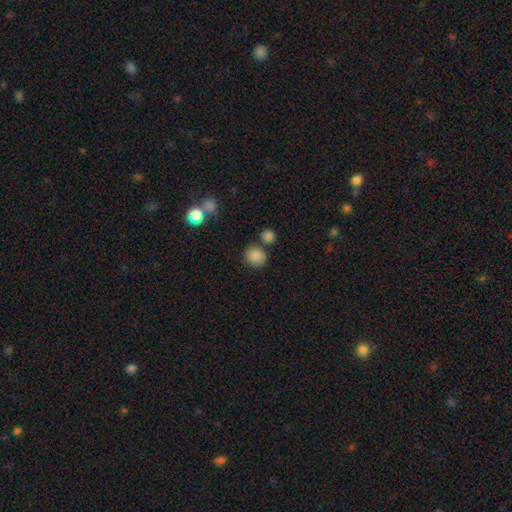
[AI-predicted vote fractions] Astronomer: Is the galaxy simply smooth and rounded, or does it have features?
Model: smooth — 83%.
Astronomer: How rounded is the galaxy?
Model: round — 82%.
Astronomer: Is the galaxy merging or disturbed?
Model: none — 69%.